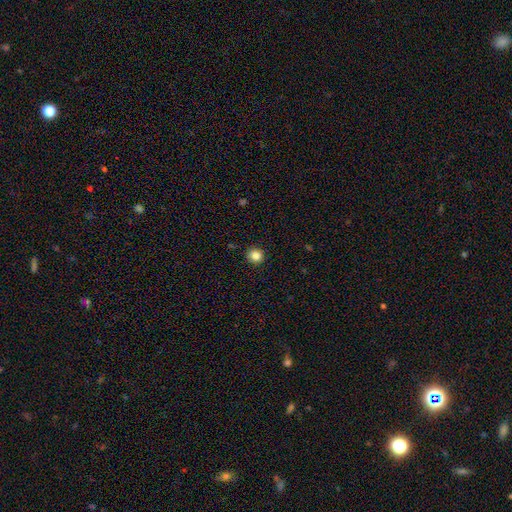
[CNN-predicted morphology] A smooth galaxy with no disk features (85%) that is round (91%). Merging: none (91%).